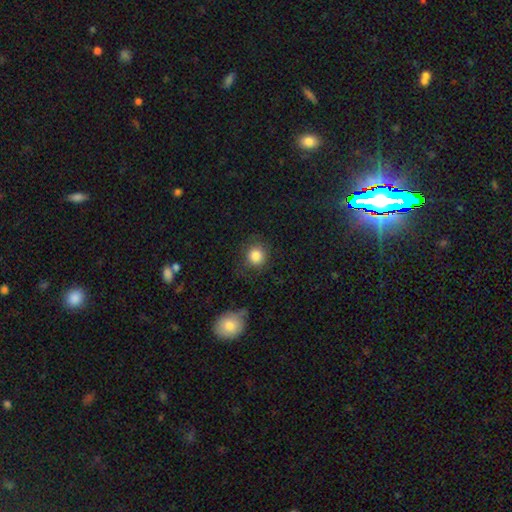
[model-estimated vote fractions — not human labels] Q: Smooth or featured?
A: smooth (85%); runner-up: star or artifact (9%)
Q: How rounded?
A: round (89%); runner-up: in between (10%)
Q: Merging?
A: none (78%); runner-up: minor disturbance (14%)